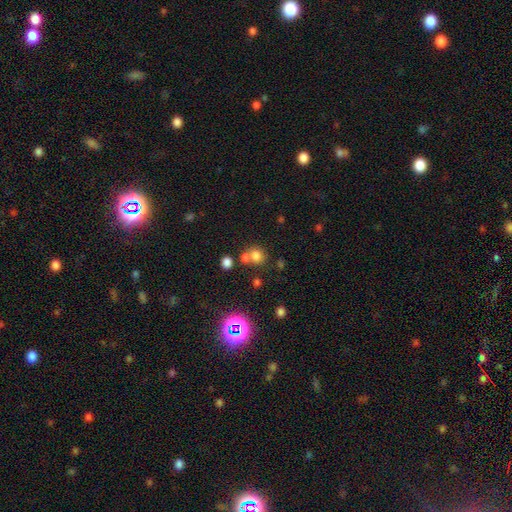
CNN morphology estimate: type=smooth (71%); roundness=round (79%); merging=none (54%).